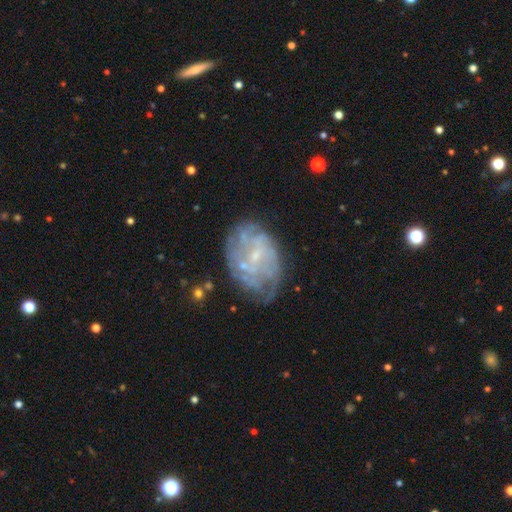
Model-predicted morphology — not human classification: featured or disk 75%, smooth 16%, star or artifact 10%. Down the decision tree: edge-on disk — no (97%); bar — no (49%); spiral arms — yes (76%); spiral arm count — can't tell (55%); spiral winding — tight (52%); bulge size — small (73%); merging — none (63%).